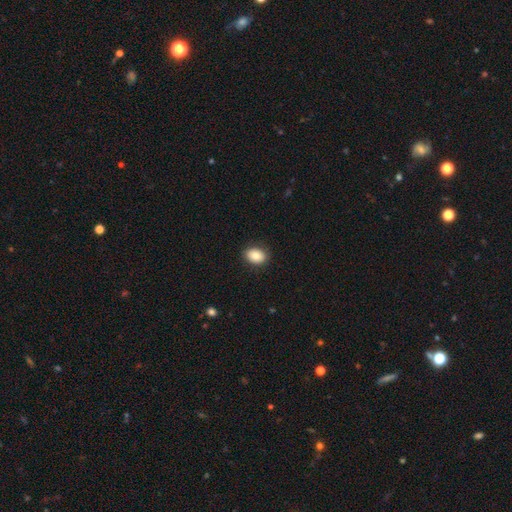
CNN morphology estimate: A smooth galaxy with no disk features (84%) that is in between round and cigar-shaped (71%). Merging: none (86%).